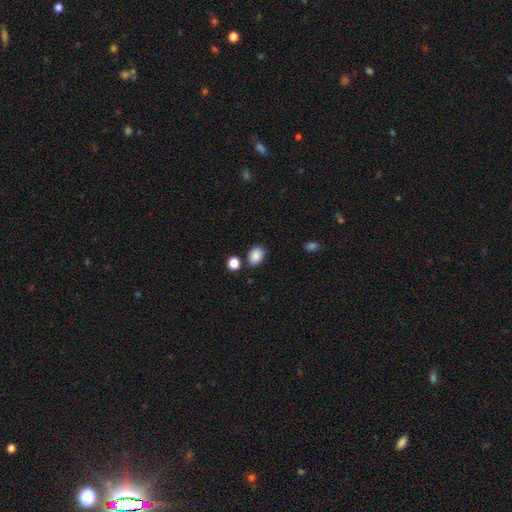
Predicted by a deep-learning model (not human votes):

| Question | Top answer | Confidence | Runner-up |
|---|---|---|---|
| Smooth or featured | smooth | 87% | star or artifact (9%) |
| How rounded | in between | 69% | round (30%) |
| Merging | none | 81% | minor disturbance (11%) |